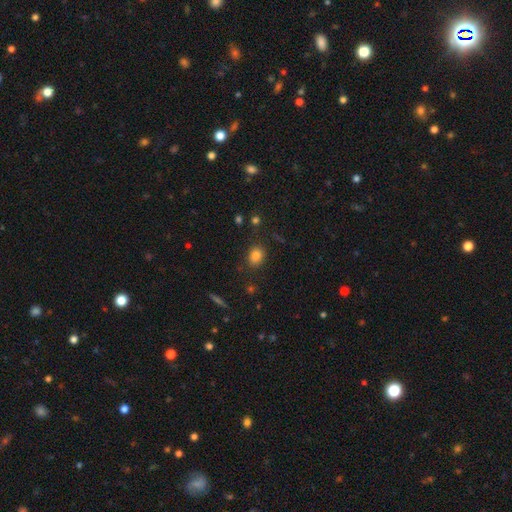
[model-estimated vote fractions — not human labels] This appears to be a smooth galaxy with no disk features (82%) that is in between round and cigar-shaped (54%). Merging: none (83%).